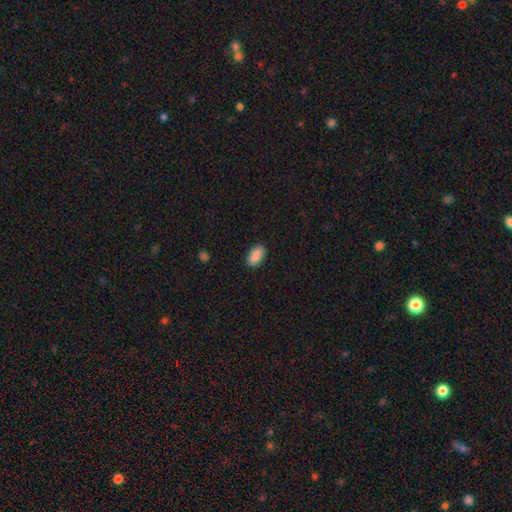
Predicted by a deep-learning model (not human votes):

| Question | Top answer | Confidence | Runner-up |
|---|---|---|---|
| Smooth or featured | smooth | 90% | star or artifact (7%) |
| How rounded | in between | 92% | cigar-shaped (6%) |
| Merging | none | 88% | minor disturbance (9%) |